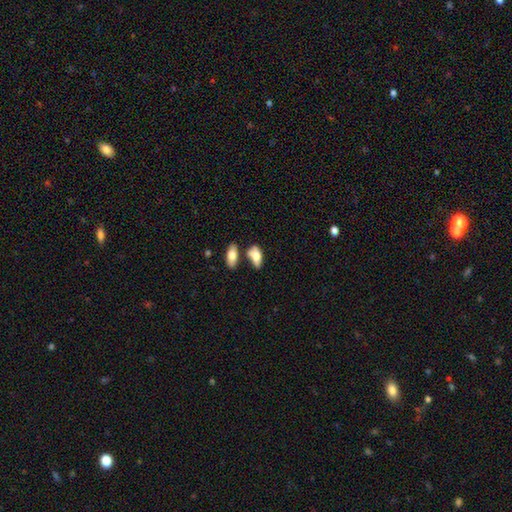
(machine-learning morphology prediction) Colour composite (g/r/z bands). It shows a smooth galaxy with no disk features (73%) that is in between round and cigar-shaped (86%). Merging: none (44%).